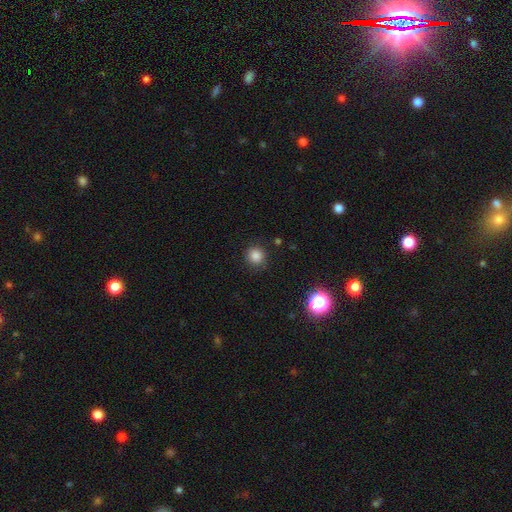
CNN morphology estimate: The model was most divided on "smooth or featured": smooth: 83%, star or artifact: 13%, featured or disk: 4%. More confident: how rounded — round (92%); merging — none (88%).